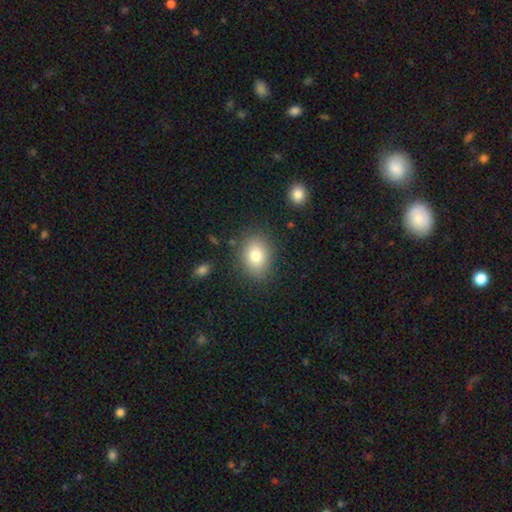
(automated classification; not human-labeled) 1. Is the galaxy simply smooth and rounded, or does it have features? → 78% smooth, 12% featured or disk, 10% star or artifact.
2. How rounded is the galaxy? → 64% in between, 35% round, 1% cigar-shaped.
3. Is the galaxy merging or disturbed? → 83% none, 11% minor disturbance, 4% major disturbance, 2% merger.